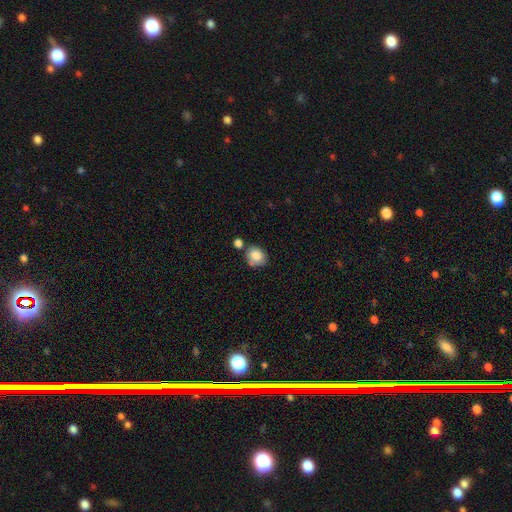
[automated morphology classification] smooth-or-featured: smooth: 84% | star or artifact: 9% | featured or disk: 8%
  how-rounded: round: 57% | in between: 42% | cigar-shaped: 1%
  merging: none: 59% | minor disturbance: 19% | merger: 17% | major disturbance: 5%